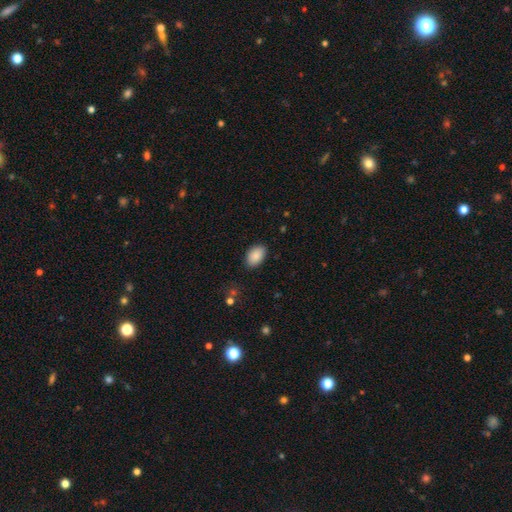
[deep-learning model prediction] Smooth or featured? smooth (88%)
How rounded? in between (90%)
Merging? none (87%)